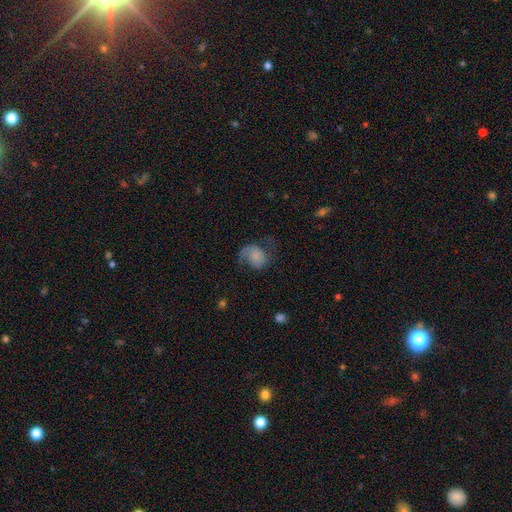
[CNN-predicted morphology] Smooth or featured: featured or disk — 46% (smooth — 44%)
Merging: none — 46% (major disturbance — 28%)